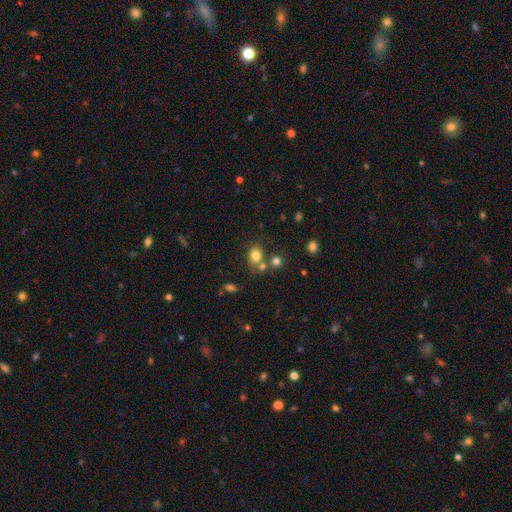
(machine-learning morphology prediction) Q: Smooth or featured?
A: smooth (78%); runner-up: star or artifact (14%)
Q: How rounded?
A: round (51%); runner-up: in between (47%)
Q: Merging?
A: none (59%); runner-up: merger (25%)